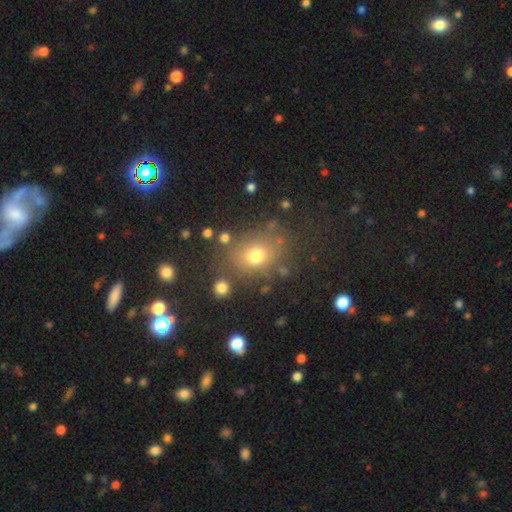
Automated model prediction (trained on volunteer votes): smooth-or-featured: smooth: 72% | star or artifact: 17% | featured or disk: 11%
  how-rounded: round: 58% | in between: 40% | cigar-shaped: 1%
  merging: none: 74% | minor disturbance: 13% | merger: 7% | major disturbance: 6%